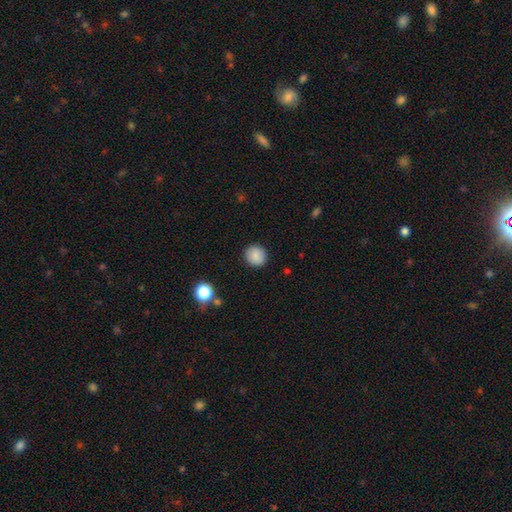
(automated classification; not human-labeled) Smooth or featured? smooth (87%)
How rounded? round (89%)
Merging? none (90%)